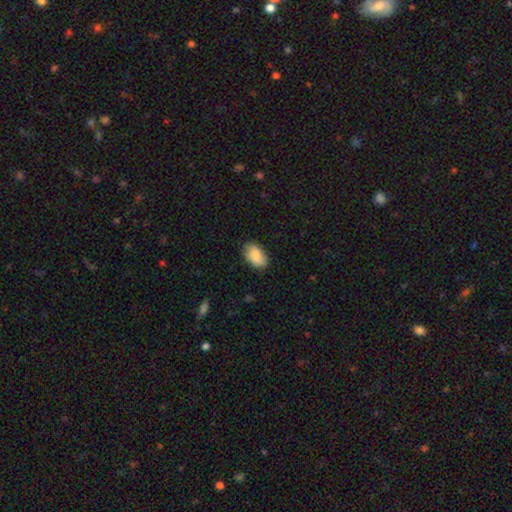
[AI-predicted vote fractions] A smooth galaxy with no disk features (85%) that is in between round and cigar-shaped (93%).

Vote fractions:
- Smooth or featured? smooth: 85% / featured or disk: 9% / star or artifact: 6%
- How rounded? in between: 93% / round: 5% / cigar-shaped: 2%
- Merging? none: 80% / minor disturbance: 16% / major disturbance: 3% / merger: 1%